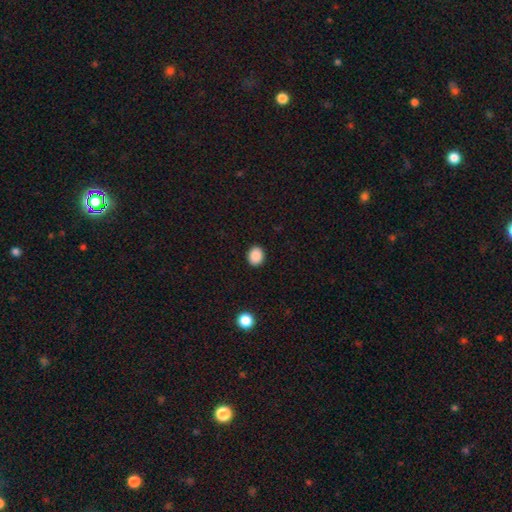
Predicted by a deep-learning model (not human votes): smooth-or-featured: smooth: 88% | star or artifact: 9% | featured or disk: 3%
  how-rounded: round: 68% | in between: 31% | cigar-shaped: 1%
  merging: none: 92% | minor disturbance: 6% | major disturbance: 2% | merger: 1%